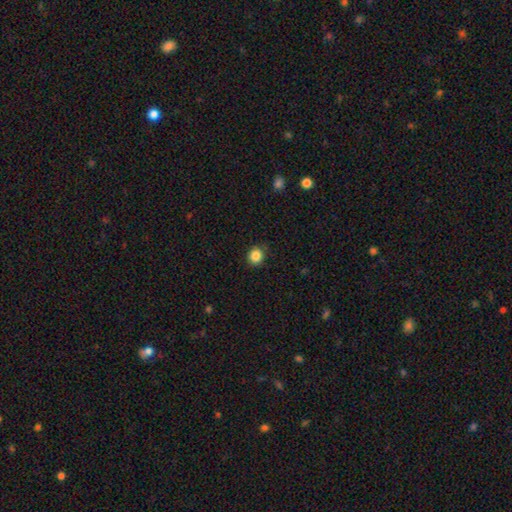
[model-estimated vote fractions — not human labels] Smooth or featured: smooth — 86% (star or artifact — 10%)
How rounded: round — 85% (in between — 14%)
Merging: none — 88% (minor disturbance — 9%)